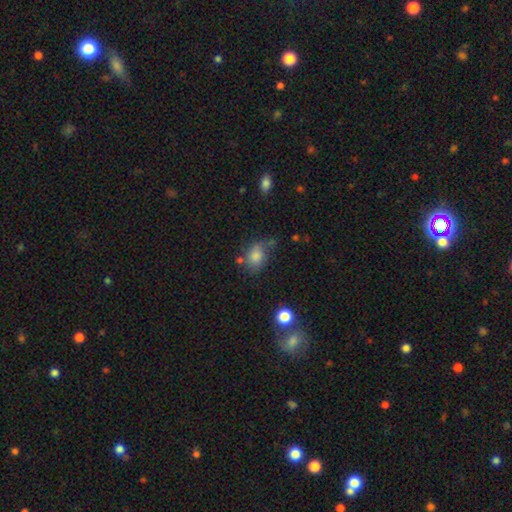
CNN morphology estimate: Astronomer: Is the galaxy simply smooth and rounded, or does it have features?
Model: smooth — 77%.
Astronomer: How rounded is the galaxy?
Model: in between — 56% (runner-up: round, 42%).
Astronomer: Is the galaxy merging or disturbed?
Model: none — 53%.